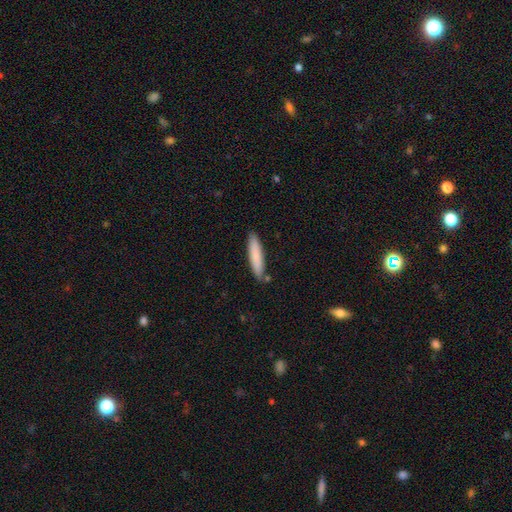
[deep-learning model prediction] Smooth or featured?
  - smooth: 83% *
  - featured or disk: 12%
  - star or artifact: 6%
How rounded?
  - cigar-shaped: 83% *
  - in between: 16%
  - round: 1%
Merging?
  - none: 84% *
  - minor disturbance: 11%
  - merger: 3%
  - major disturbance: 2%